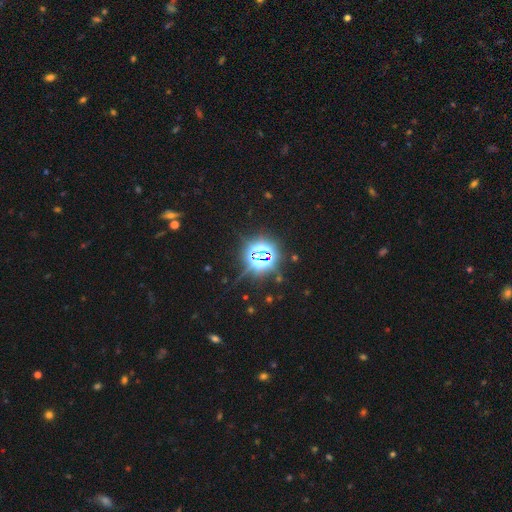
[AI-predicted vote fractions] star or artifact 79%, smooth 12%, featured or disk 10%.